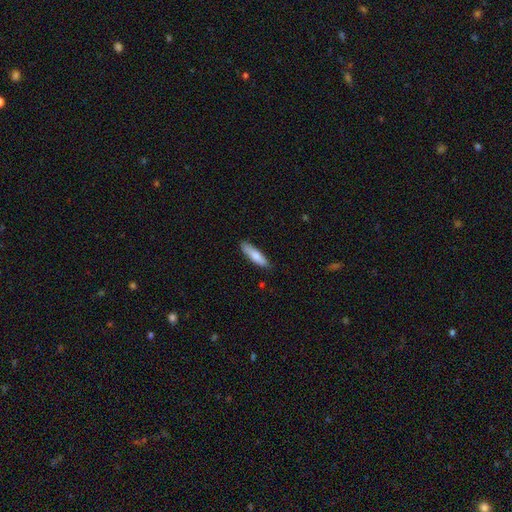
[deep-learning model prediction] smooth-or-featured: smooth: 80% | featured or disk: 15% | star or artifact: 6%
  how-rounded: cigar-shaped: 69% | in between: 30% | round: 2%
  merging: none: 84% | minor disturbance: 13% | major disturbance: 2% | merger: 1%